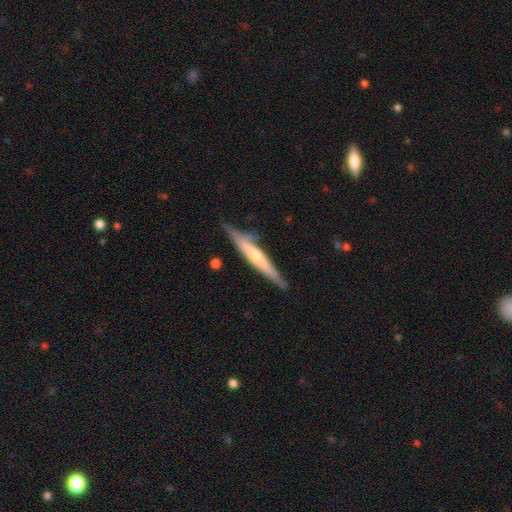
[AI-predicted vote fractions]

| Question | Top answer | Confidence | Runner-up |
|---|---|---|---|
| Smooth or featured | featured or disk | 54% | smooth (41%) |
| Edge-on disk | yes | 90% | no (10%) |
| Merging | none | 74% | minor disturbance (20%) |